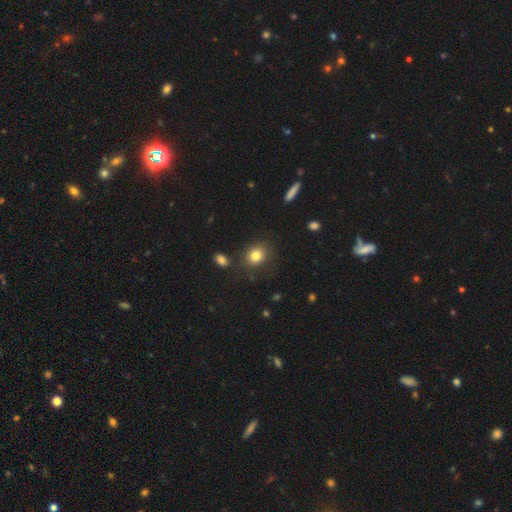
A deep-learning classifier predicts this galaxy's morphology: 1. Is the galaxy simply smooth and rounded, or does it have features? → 82% smooth, 11% star or artifact, 8% featured or disk.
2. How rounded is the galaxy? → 66% round, 33% in between, 1% cigar-shaped.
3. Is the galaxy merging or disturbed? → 83% none, 10% minor disturbance, 4% major disturbance, 4% merger.